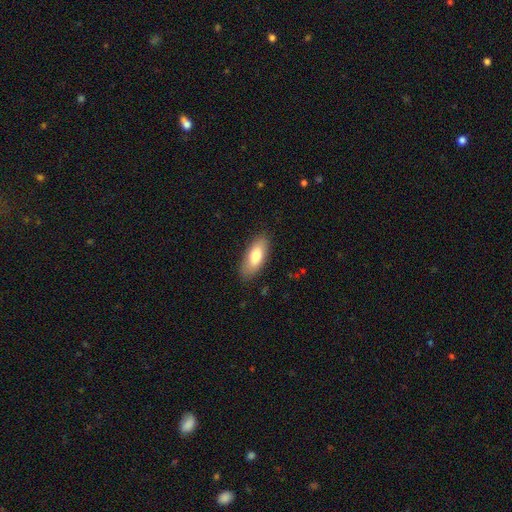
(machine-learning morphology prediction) Smooth or featured?
  - smooth: 77% *
  - featured or disk: 17%
  - star or artifact: 6%
How rounded?
  - in between: 79% *
  - cigar-shaped: 19%
  - round: 2%
Merging?
  - none: 85% *
  - minor disturbance: 12%
  - major disturbance: 3%
  - merger: 1%